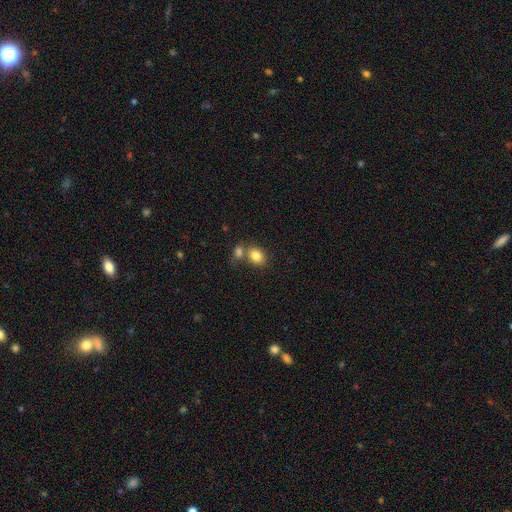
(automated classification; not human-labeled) Smooth or featured: smooth — 82% (star or artifact — 9%)
How rounded: in between — 54% (round — 45%)
Merging: none — 50% (merger — 36%)